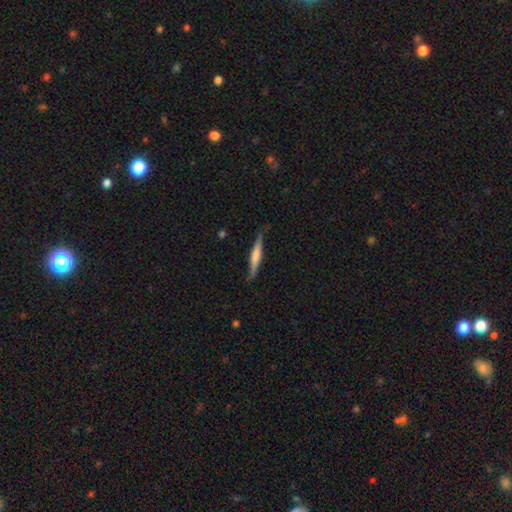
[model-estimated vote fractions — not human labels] Overall: smooth (49%; featured or disk 46%). Merging: none (79%).